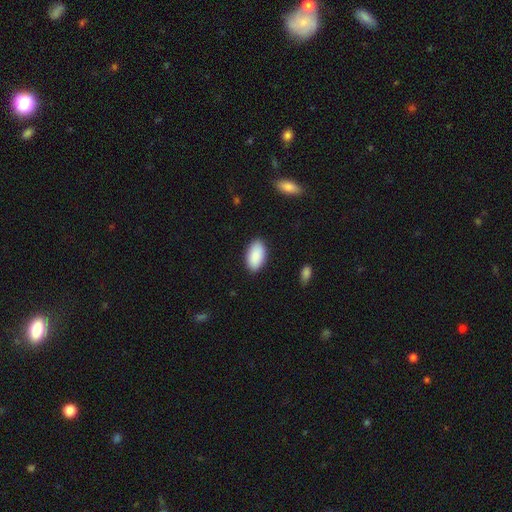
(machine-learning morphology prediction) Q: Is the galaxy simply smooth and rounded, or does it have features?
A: smooth — 91%.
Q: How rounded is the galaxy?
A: in between — 95%.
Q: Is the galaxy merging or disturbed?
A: none — 88%.